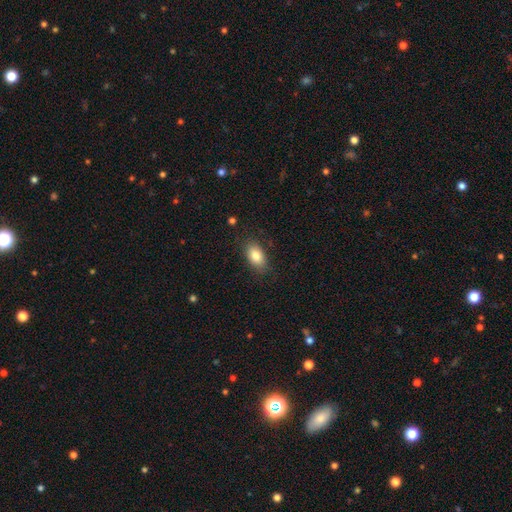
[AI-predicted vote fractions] This appears to be a smooth galaxy with no disk features (84%) that is in between round and cigar-shaped (91%). Merging: none (84%).